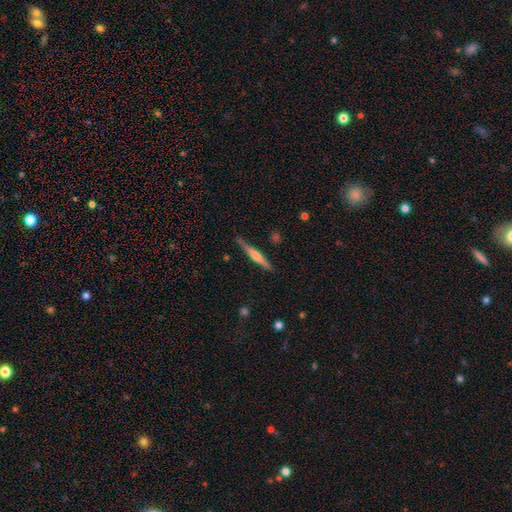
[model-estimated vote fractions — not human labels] This is likely a featured or disk galaxy (62%). It is clearly viewed edge-on (97%). Edge-on bulge: likely rounded (77%). Merging: clearly none (84%).